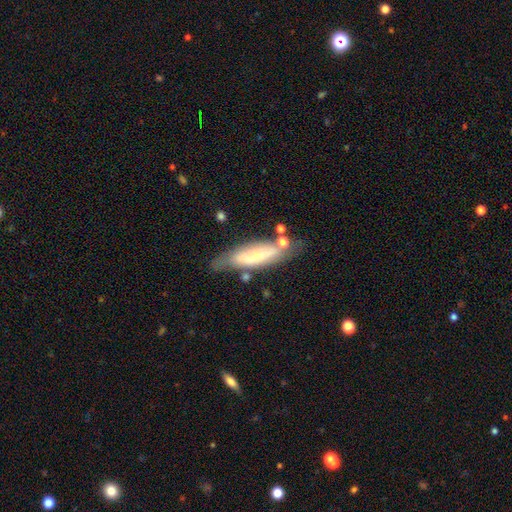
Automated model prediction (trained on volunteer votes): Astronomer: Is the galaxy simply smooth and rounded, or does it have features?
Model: smooth — 50% (runner-up: featured or disk, 43%).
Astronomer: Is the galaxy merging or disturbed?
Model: none — 60%.